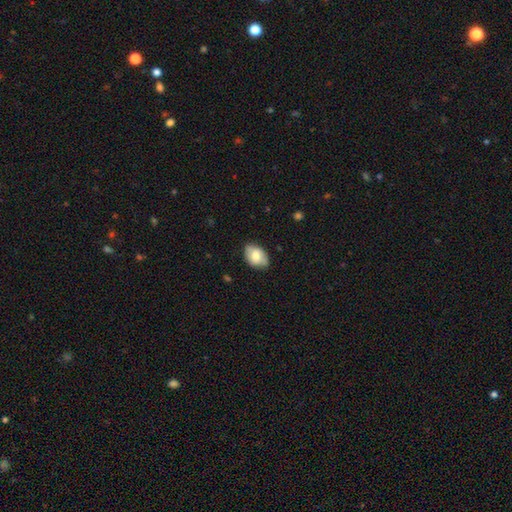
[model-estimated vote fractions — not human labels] A smooth galaxy with no disk features (72%) that is in between round and cigar-shaped (83%).

Vote fractions:
- Smooth or featured? smooth: 72% / featured or disk: 22% / star or artifact: 7%
- How rounded? in between: 83% / round: 15% / cigar-shaped: 1%
- Merging? none: 76% / minor disturbance: 20% / major disturbance: 3% / merger: 1%